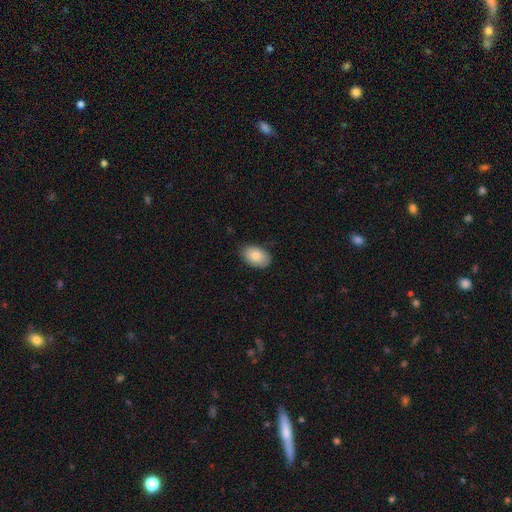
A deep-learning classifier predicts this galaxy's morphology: smooth-or-featured: smooth: 81% | featured or disk: 12% | star or artifact: 7%
  how-rounded: in between: 90% | round: 9% | cigar-shaped: 1%
  merging: none: 83% | minor disturbance: 14% | major disturbance: 2% | merger: 1%